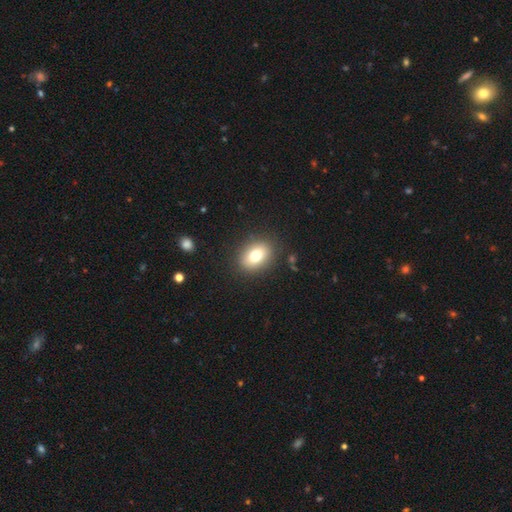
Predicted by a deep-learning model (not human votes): Q: Smooth or featured?
A: smooth (77%); runner-up: featured or disk (13%)
Q: How rounded?
A: in between (67%); runner-up: round (32%)
Q: Merging?
A: none (88%); runner-up: minor disturbance (8%)